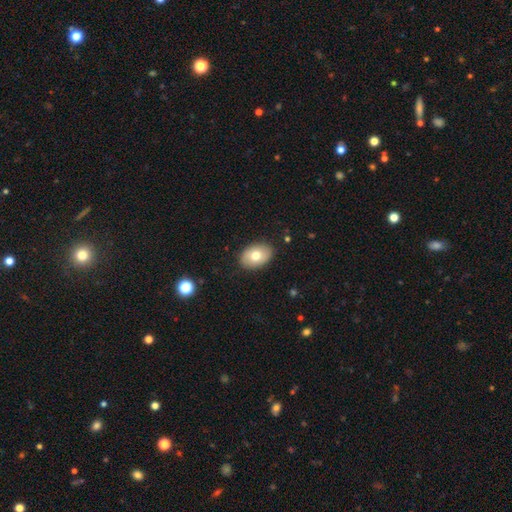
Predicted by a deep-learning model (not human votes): The model was most divided on "smooth or featured": smooth: 74%, featured or disk: 18%, star or artifact: 7%. More confident: merging — none (87%); how rounded — in between (84%).